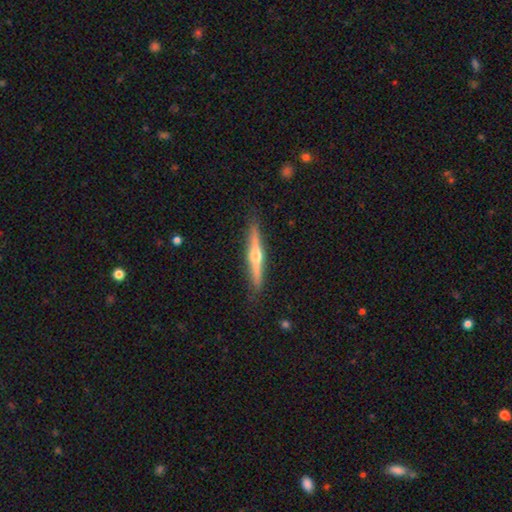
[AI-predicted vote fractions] Smooth or featured? Predicted: featured or disk (p=0.73). Edge-on disk? Predicted: yes (p=0.98). Edge-on bulge? Predicted: rounded (p=0.94). Merging? Predicted: none (p=0.89).